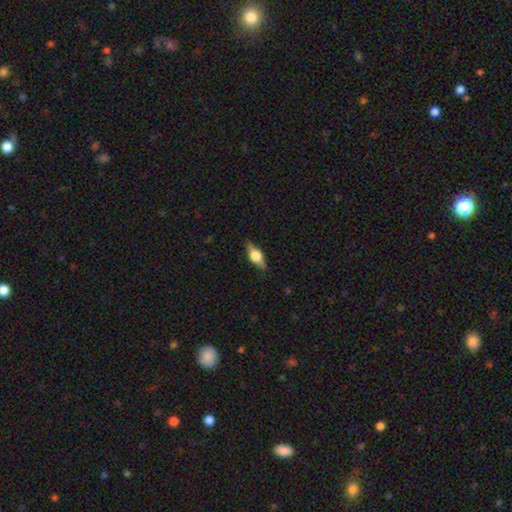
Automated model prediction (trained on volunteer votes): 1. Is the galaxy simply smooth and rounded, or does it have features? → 52% featured or disk, 40% smooth, 7% star or artifact.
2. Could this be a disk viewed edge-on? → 92% yes, 8% no.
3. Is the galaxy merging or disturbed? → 84% none, 12% minor disturbance, 3% major disturbance, 1% merger.